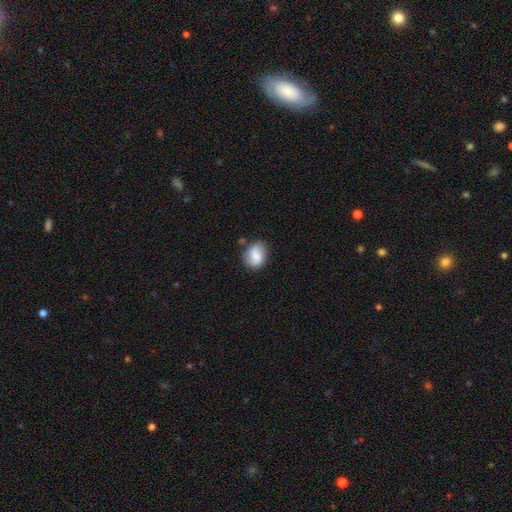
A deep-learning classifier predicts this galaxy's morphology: smooth-or-featured: smooth: 56% | featured or disk: 36% | star or artifact: 8%
  how-rounded: round: 52% | in between: 47% | cigar-shaped: 1%
  merging: none: 66% | minor disturbance: 22% | major disturbance: 6% | merger: 6%